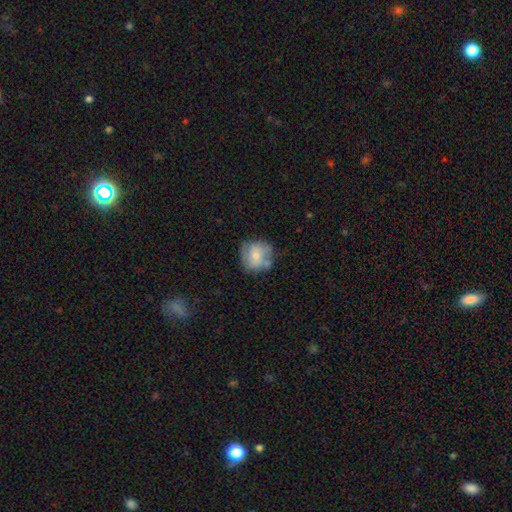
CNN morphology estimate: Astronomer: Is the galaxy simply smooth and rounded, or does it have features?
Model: smooth — 57% (runner-up: featured or disk, 36%).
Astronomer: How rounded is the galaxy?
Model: round — 86%.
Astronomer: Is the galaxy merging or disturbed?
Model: none — 61%.